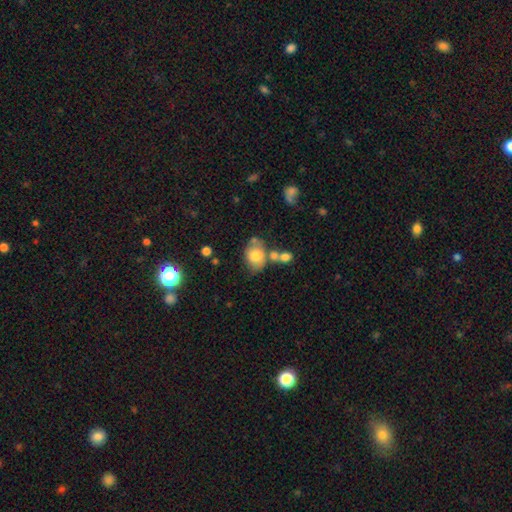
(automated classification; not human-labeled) This appears to be a smooth galaxy with no disk features (73%) that is in between round and cigar-shaped (67%). Merging: none (45%).